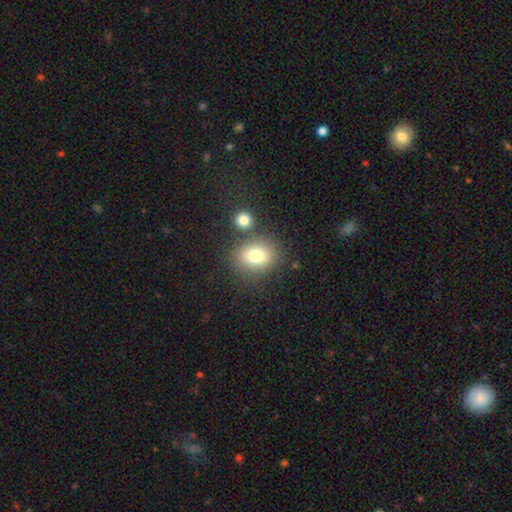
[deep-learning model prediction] Smooth or featured?
  - smooth: 78% *
  - featured or disk: 11%
  - star or artifact: 11%
How rounded?
  - round: 51% *
  - in between: 48%
  - cigar-shaped: 1%
Merging?
  - none: 72% *
  - merger: 14%
  - minor disturbance: 11%
  - major disturbance: 4%